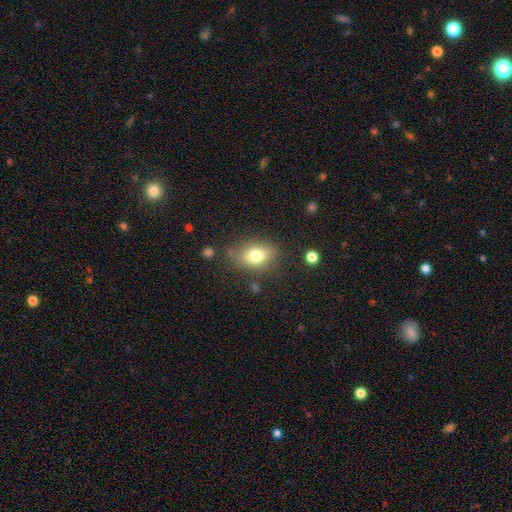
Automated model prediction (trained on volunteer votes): Smooth or featured?
  - smooth: 77% *
  - featured or disk: 13%
  - star or artifact: 10%
How rounded?
  - in between: 75% *
  - round: 23%
  - cigar-shaped: 2%
Merging?
  - none: 75% *
  - minor disturbance: 16%
  - major disturbance: 5%
  - merger: 3%